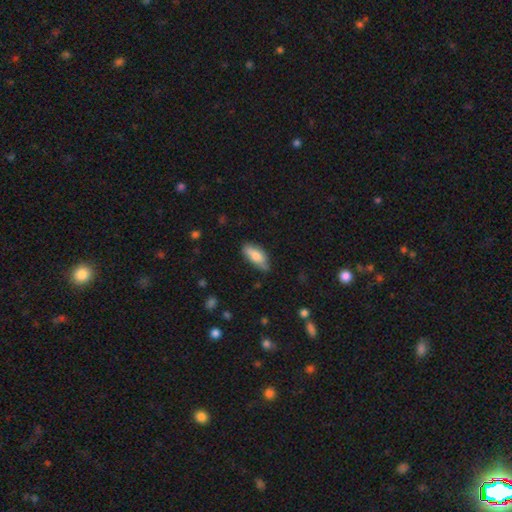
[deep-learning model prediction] smooth 75%, featured or disk 19%, star or artifact 6%. Down the decision tree: how rounded — in between (80%); merging — none (72%).